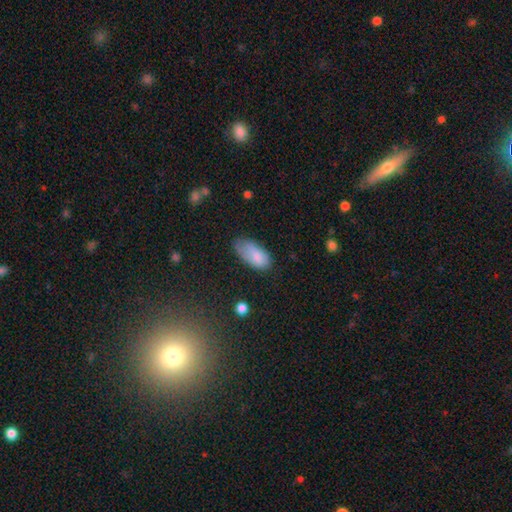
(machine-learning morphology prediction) type=smooth (82%); roundness=in between (92%); merging=none (50%).